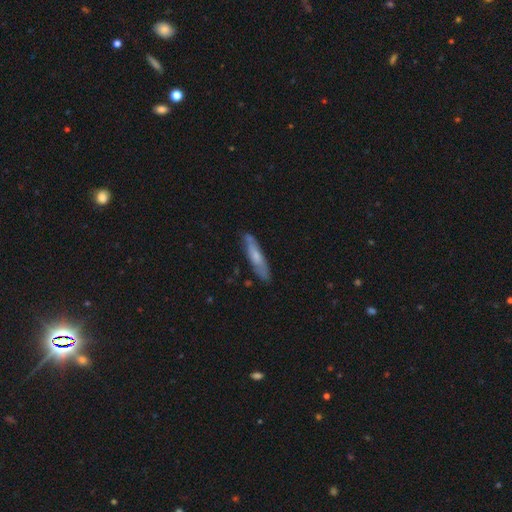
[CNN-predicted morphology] Smooth or featured? smooth (55%)
How rounded? cigar-shaped (83%)
Merging? none (80%)